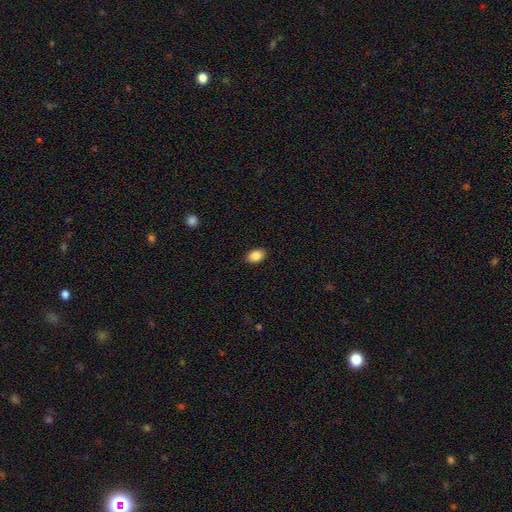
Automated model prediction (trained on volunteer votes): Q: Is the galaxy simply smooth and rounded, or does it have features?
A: smooth — 87%.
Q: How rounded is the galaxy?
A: in between — 83%.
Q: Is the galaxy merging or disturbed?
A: none — 89%.